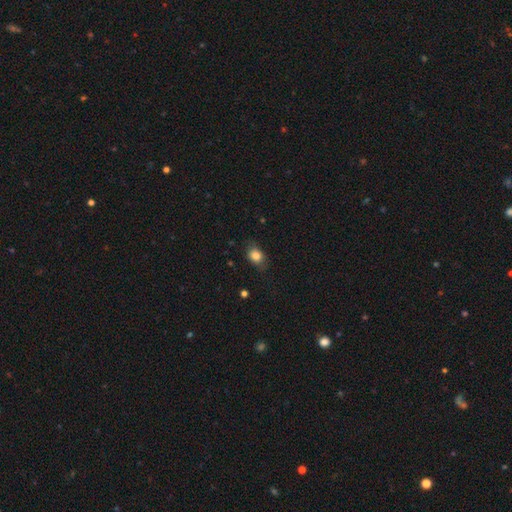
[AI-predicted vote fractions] The model was most divided on "how rounded": in between: 64%, round: 35%, cigar-shaped: 2%. More confident: smooth or featured — smooth (83%); merging — none (74%).